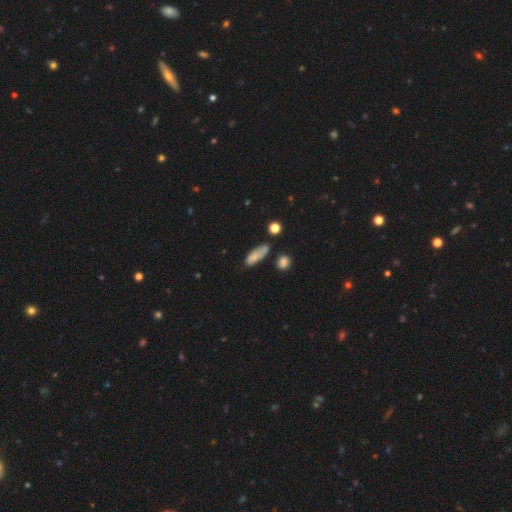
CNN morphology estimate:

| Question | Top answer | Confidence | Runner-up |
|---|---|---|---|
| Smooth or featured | smooth | 77% | featured or disk (14%) |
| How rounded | in between | 60% | cigar-shaped (36%) |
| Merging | none | 55% | minor disturbance (27%) |